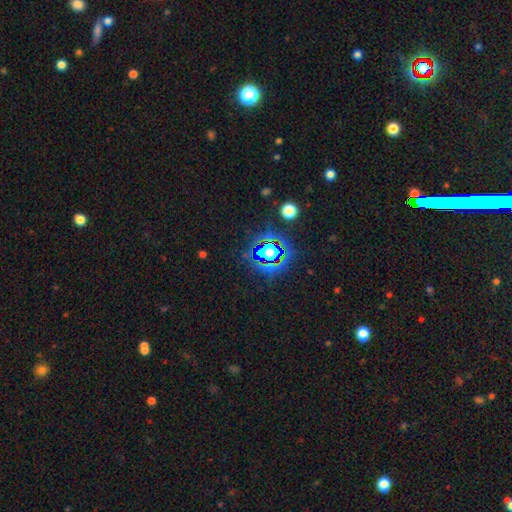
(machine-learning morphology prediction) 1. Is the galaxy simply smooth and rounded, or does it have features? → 82% star or artifact, 10% smooth, 8% featured or disk.